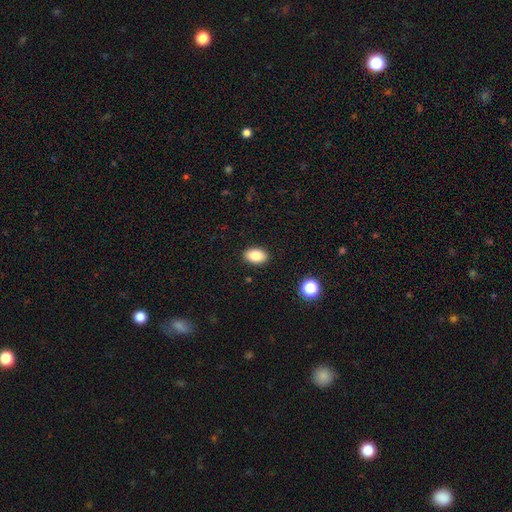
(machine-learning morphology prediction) smooth-or-featured: smooth: 83% | star or artifact: 9% | featured or disk: 8%
  how-rounded: in between: 87% | round: 11% | cigar-shaped: 1%
  merging: none: 89% | minor disturbance: 7% | major disturbance: 2% | merger: 1%